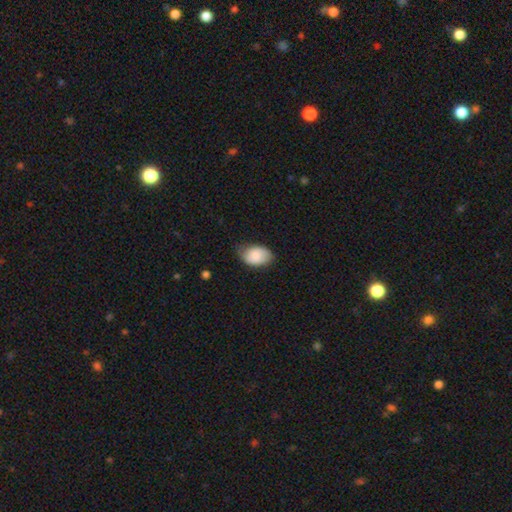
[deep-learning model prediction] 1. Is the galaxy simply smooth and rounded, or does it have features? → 82% smooth, 11% featured or disk, 6% star or artifact.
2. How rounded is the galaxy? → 87% in between, 12% round, 1% cigar-shaped.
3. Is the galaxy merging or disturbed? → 66% none, 27% minor disturbance, 5% major disturbance, 1% merger.